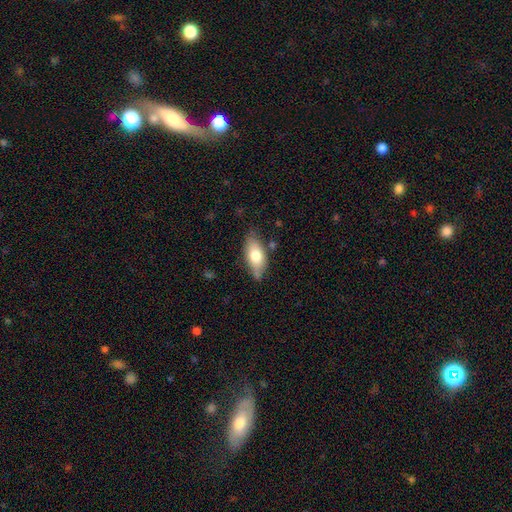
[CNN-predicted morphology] smooth 72%, featured or disk 22%, star or artifact 6%. Down the decision tree: how rounded — in between (86%); merging — none (70%).